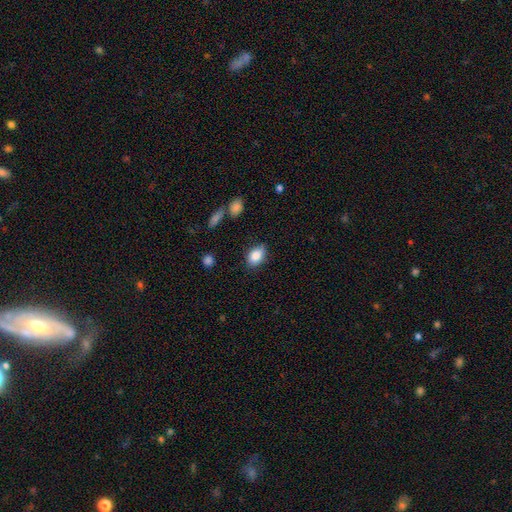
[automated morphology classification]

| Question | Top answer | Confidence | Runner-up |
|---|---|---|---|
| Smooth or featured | smooth | 85% | star or artifact (8%) |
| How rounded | in between | 83% | round (15%) |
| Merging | none | 77% | minor disturbance (18%) |